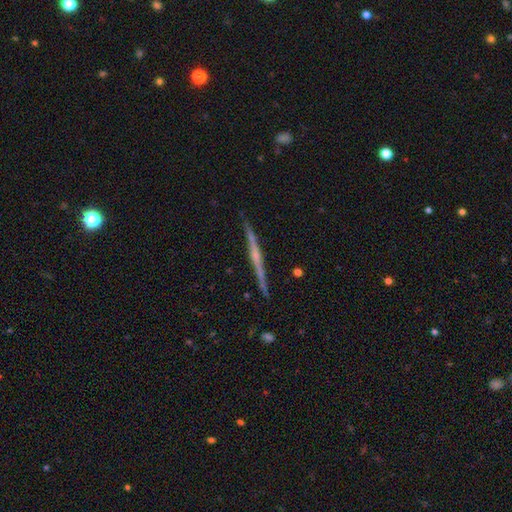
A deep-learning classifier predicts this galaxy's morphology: Smooth or featured? featured or disk (77%)
Edge-on disk? yes (98%)
Edge-on bulge? rounded (49%)
Merging? none (91%)